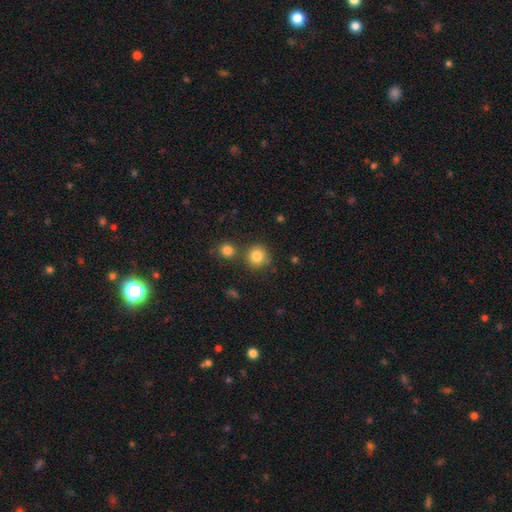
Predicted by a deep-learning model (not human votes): Overall: smooth (83%). How rounded: round (91%). Merging: none (75%).